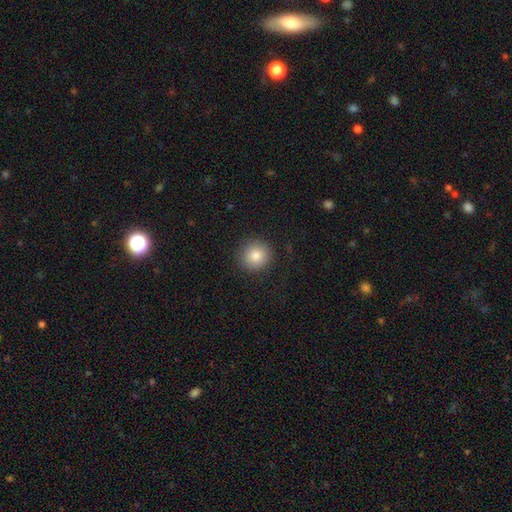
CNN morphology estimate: This appears to be a smooth galaxy with no disk features (82%) that is round (93%). Merging: none (89%).